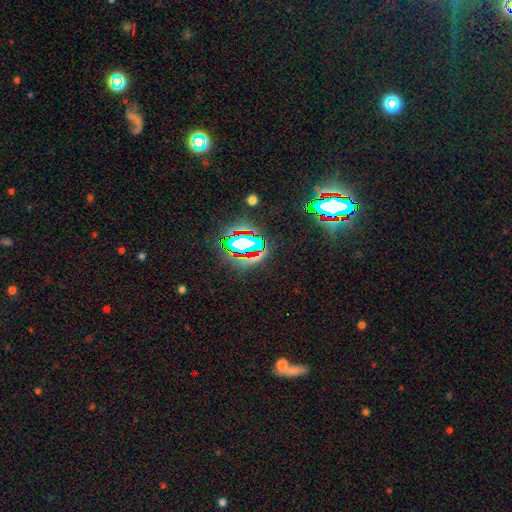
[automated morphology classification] This appears to be a star or artifact, not a galaxy (62%).